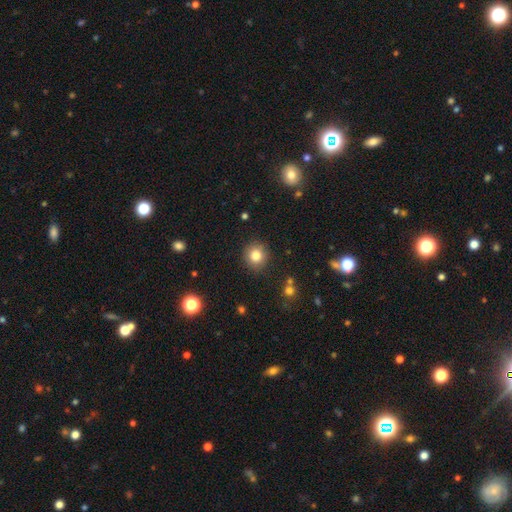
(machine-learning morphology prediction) smooth-or-featured: smooth: 81% | star or artifact: 11% | featured or disk: 7%
  how-rounded: round: 90% | in between: 9% | cigar-shaped: 1%
  merging: none: 89% | minor disturbance: 7% | major disturbance: 2% | merger: 2%